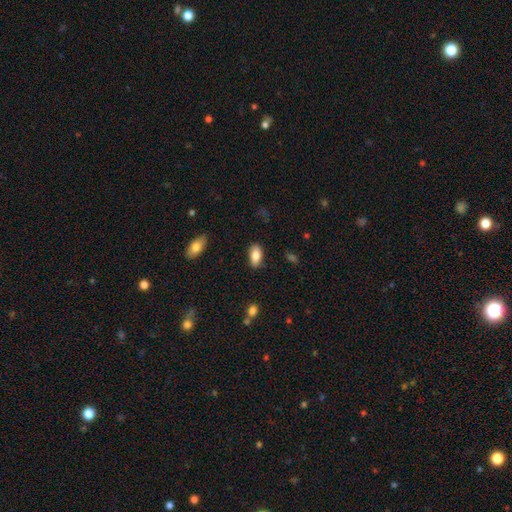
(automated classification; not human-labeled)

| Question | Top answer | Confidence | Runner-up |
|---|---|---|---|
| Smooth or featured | smooth | 82% | featured or disk (11%) |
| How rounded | in between | 90% | cigar-shaped (7%) |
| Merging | none | 85% | minor disturbance (11%) |